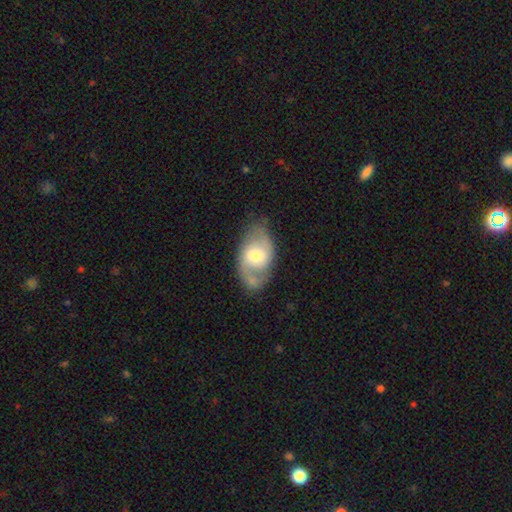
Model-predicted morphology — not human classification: A featured or disk galaxy (63%) with a weak bar (45%), spiral arms (82%) and a moderate central bulge (61%).

Vote fractions:
- Smooth or featured? featured or disk: 63% / smooth: 31% / star or artifact: 6%
- Edge-on disk? no: 94% / yes: 6%
- Bar? weak: 45% / no: 44% / strong: 11%
- Spiral arms? yes: 82% / no: 18%
- Bulge size? moderate: 61% / small: 25% / large: 11% / none: 1% / dominant: 1%
- Merging? none: 63% / minor disturbance: 22% / major disturbance: 9% / merger: 6%